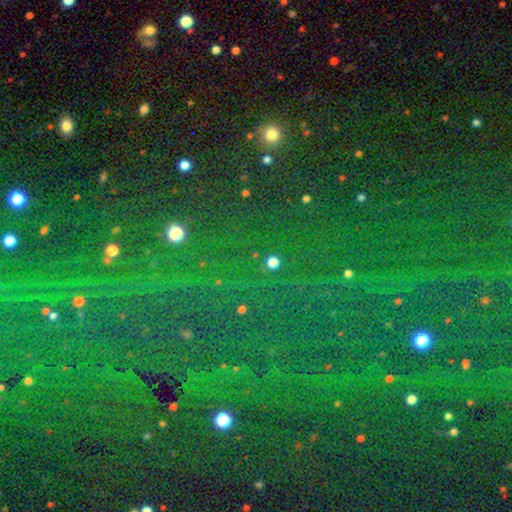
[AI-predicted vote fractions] Q: Smooth or featured?
A: star or artifact (70%); runner-up: smooth (22%)